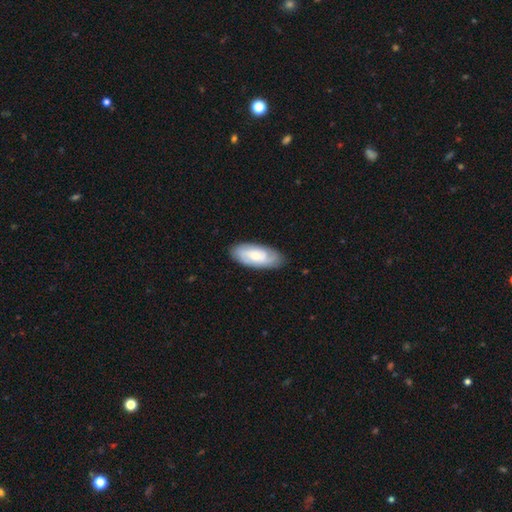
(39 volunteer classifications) Morphology: type=smooth (49%); roundness=in between (89%); merging=none (78%).